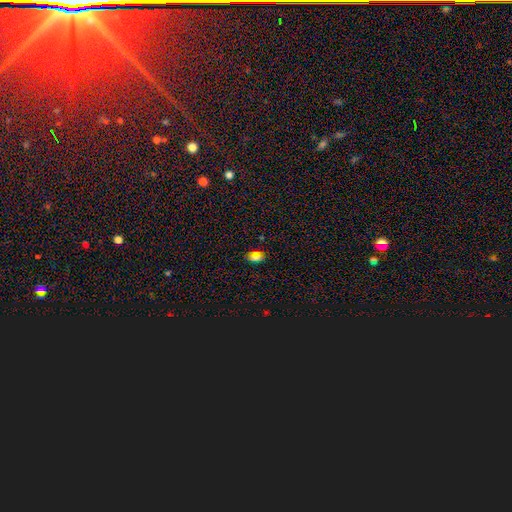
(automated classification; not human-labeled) Smooth or featured?
  - smooth: 68% *
  - star or artifact: 22%
  - featured or disk: 10%
How rounded?
  - in between: 86% *
  - round: 11%
  - cigar-shaped: 3%
Merging?
  - none: 85% *
  - minor disturbance: 11%
  - major disturbance: 3%
  - merger: 2%